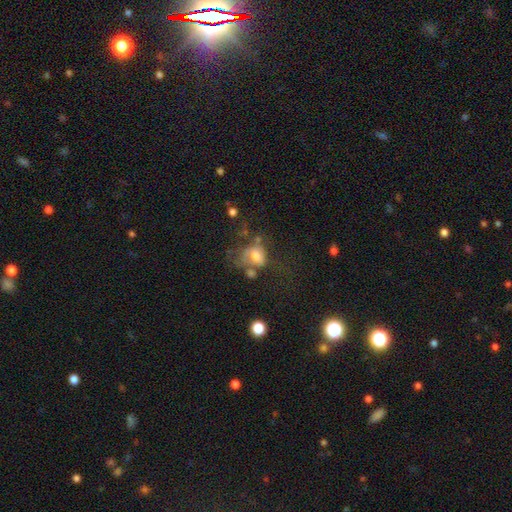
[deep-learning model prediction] smooth 52%, featured or disk 35%, star or artifact 13%. Down the decision tree: how rounded — in between (56%); merging — major disturbance (39%).